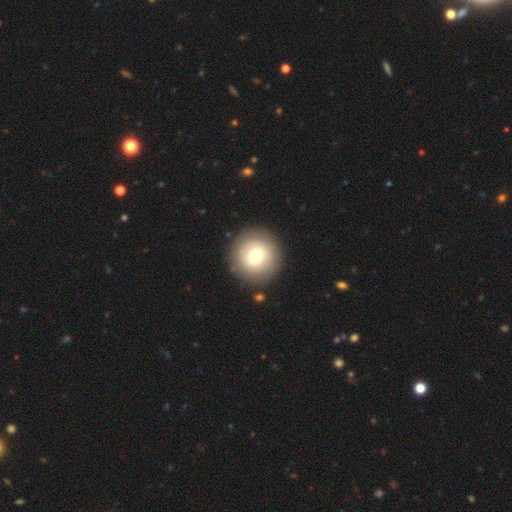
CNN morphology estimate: This is likely a smooth galaxy (69%). How rounded: clearly round (94%). Merging: clearly none (88%).